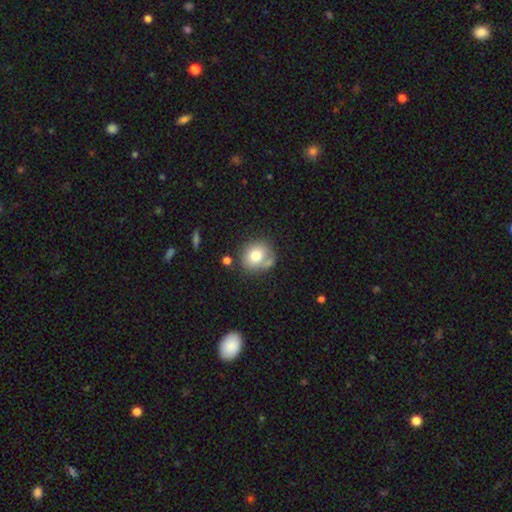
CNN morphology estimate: Smooth or featured?
  - smooth: 76% *
  - featured or disk: 14%
  - star or artifact: 9%
How rounded?
  - round: 77% *
  - in between: 22%
  - cigar-shaped: 1%
Merging?
  - none: 60% *
  - minor disturbance: 18%
  - merger: 17%
  - major disturbance: 6%